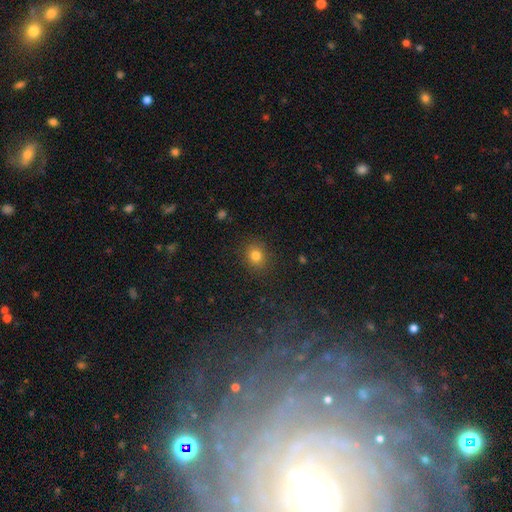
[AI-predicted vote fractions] Smooth or featured?
  - smooth: 80% *
  - star or artifact: 13%
  - featured or disk: 6%
How rounded?
  - round: 71% *
  - in between: 28%
  - cigar-shaped: 1%
Merging?
  - none: 87% *
  - minor disturbance: 8%
  - major disturbance: 3%
  - merger: 1%